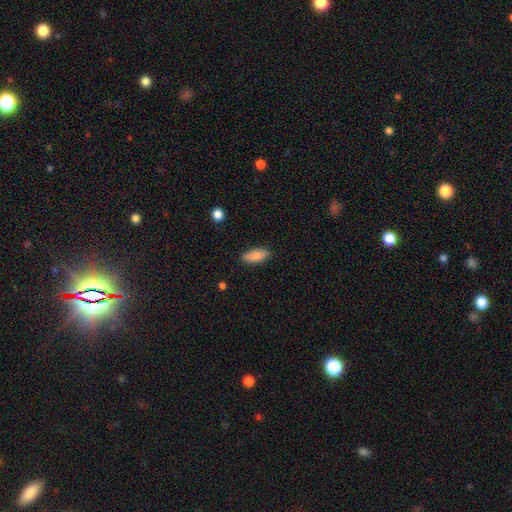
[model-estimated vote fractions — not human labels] smooth-or-featured: smooth: 85% | featured or disk: 9% | star or artifact: 7%
  how-rounded: in between: 75% | cigar-shaped: 23% | round: 2%
  merging: none: 86% | minor disturbance: 11% | major disturbance: 2% | merger: 1%